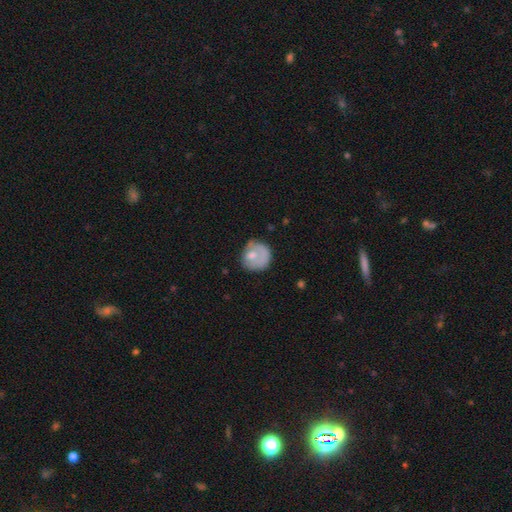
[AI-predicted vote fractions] This is possibly a smooth galaxy (60%). How rounded: clearly round (85%). Merging: possibly none (57%).